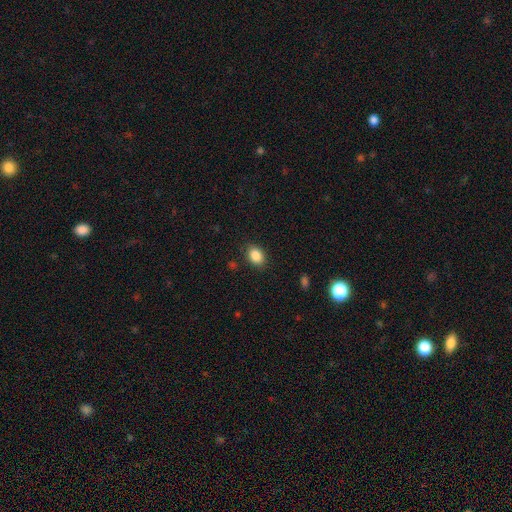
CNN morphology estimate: Smooth or featured? Predicted: smooth (p=0.87). How rounded? Predicted: in between (p=0.72). Merging? Predicted: none (p=0.86).